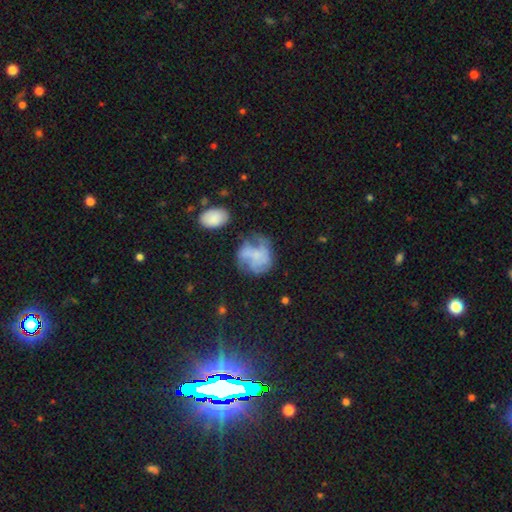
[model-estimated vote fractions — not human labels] This appears to be a featured or disk galaxy (54%) with no bar (79%), spiral arms (62%) and no central bulge (55%). Merging: none (41%).